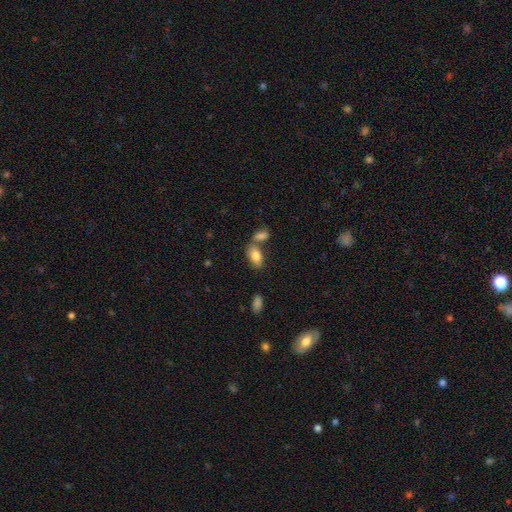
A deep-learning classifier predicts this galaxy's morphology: This appears to be a smooth galaxy with no disk features (81%) that is in between round and cigar-shaped (92%). Merging: none (51%).